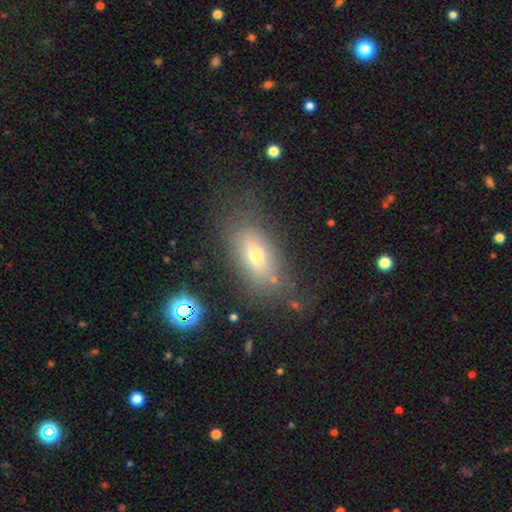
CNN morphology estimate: A smooth galaxy with no disk features (63%) that is in between round and cigar-shaped (81%). Merging: none (70%).